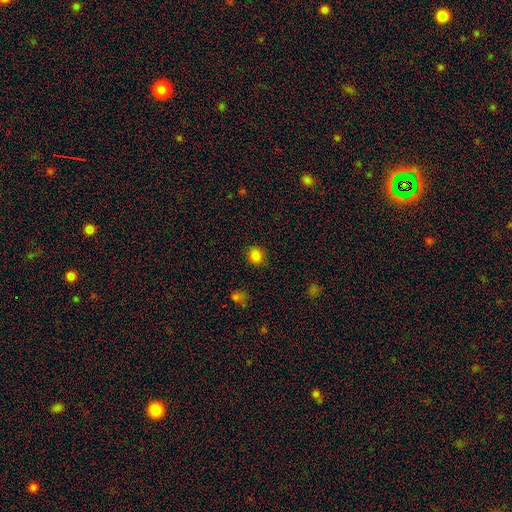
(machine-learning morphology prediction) This is clearly a smooth galaxy (84%). How rounded: clearly round (81%). Merging: clearly none (87%).